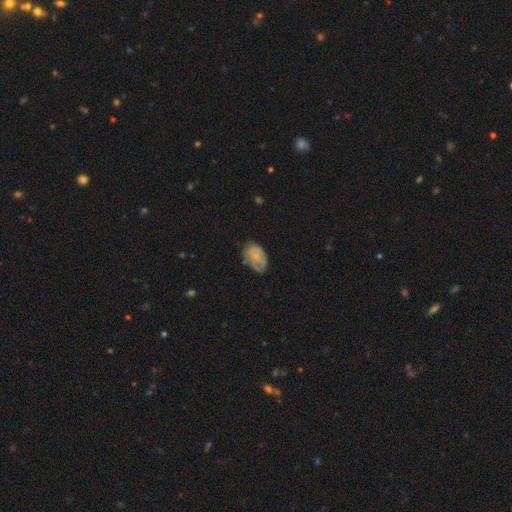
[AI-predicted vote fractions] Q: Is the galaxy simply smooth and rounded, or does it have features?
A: smooth — 65%.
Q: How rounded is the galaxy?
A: in between — 88%.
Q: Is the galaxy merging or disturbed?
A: none — 60%.